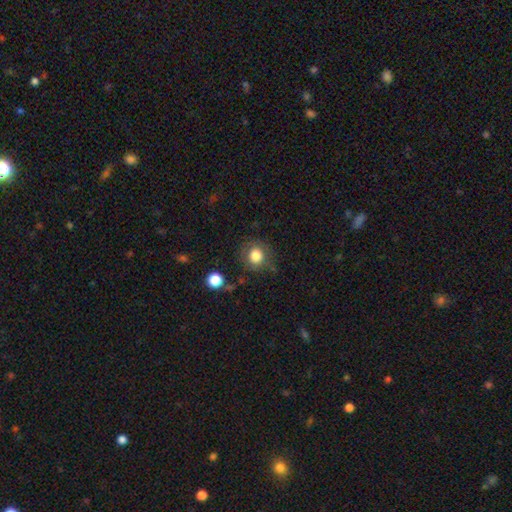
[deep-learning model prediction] Overall: smooth (81%). How rounded: round (87%). Merging: none (76%).